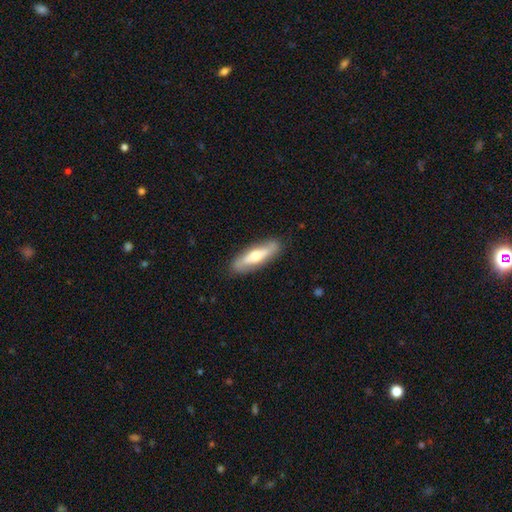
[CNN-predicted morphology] Overall: featured or disk (49%; smooth 46%). Merging: none (85%).